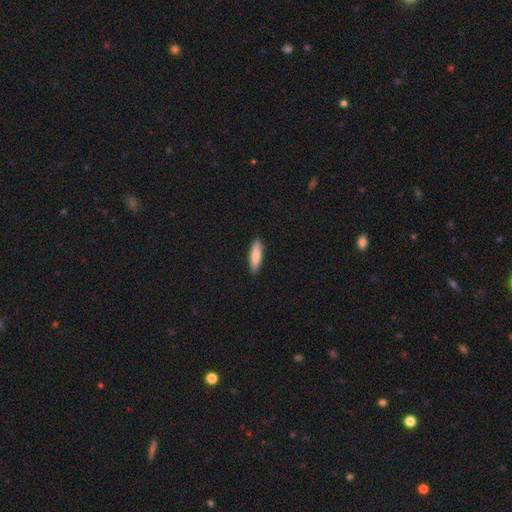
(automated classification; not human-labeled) This appears to be a smooth galaxy with no disk features (83%) that is cigar-shaped (63%). Merging: none (90%).